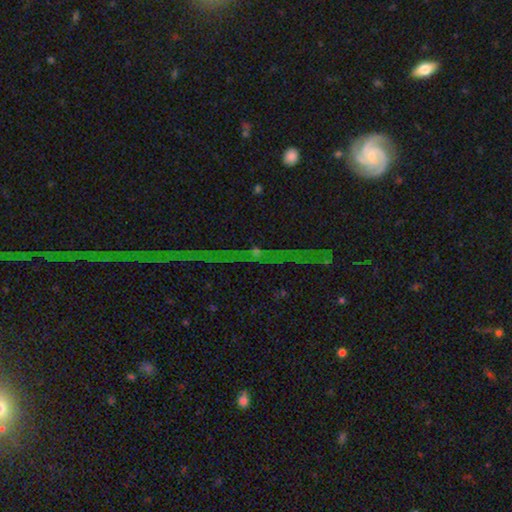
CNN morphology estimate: Q: Smooth or featured?
A: star or artifact (71%); runner-up: featured or disk (17%)